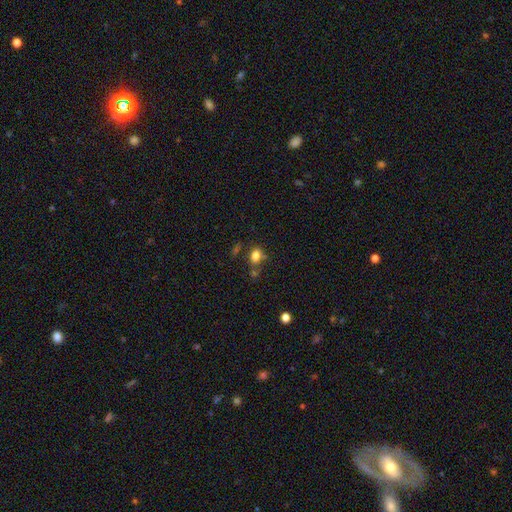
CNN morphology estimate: Smooth or featured?
  - smooth: 78% *
  - star or artifact: 13%
  - featured or disk: 9%
How rounded?
  - in between: 66% *
  - round: 32%
  - cigar-shaped: 2%
Merging?
  - none: 60% *
  - minor disturbance: 19%
  - merger: 14%
  - major disturbance: 7%